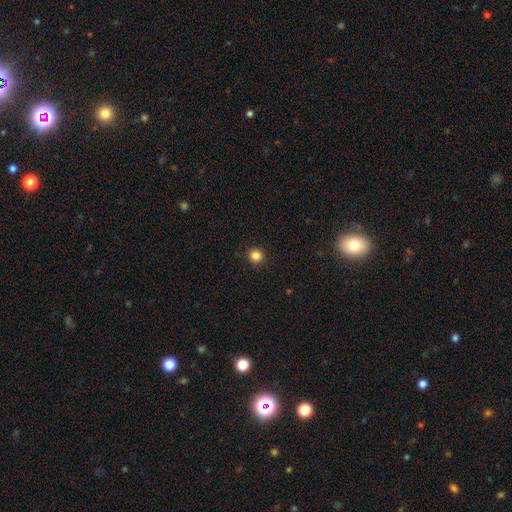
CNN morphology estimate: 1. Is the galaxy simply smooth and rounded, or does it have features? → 84% smooth, 12% star or artifact, 4% featured or disk.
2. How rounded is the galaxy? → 95% round, 4% in between, 1% cigar-shaped.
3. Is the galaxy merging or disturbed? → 92% none, 5% minor disturbance, 2% major disturbance, 1% merger.